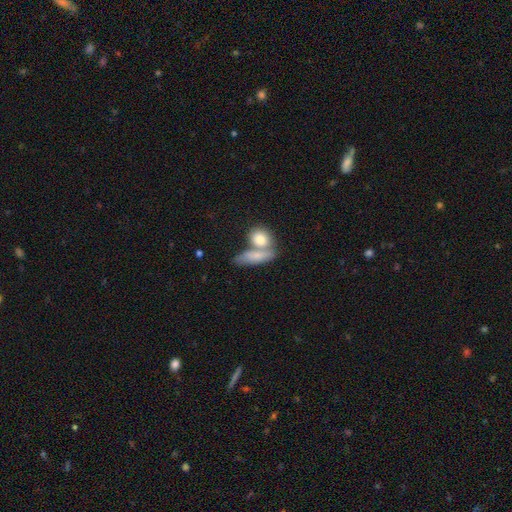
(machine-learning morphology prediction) Smooth or featured: smooth — 76% (featured or disk — 17%)
How rounded: in between — 59% (cigar-shaped — 23%)
Merging: merger — 45% (none — 38%)